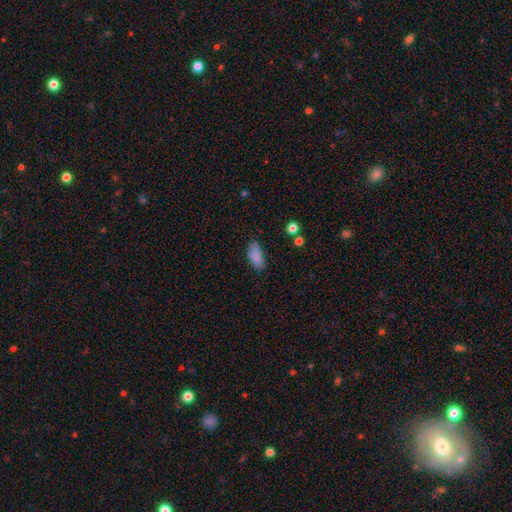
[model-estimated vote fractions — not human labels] A smooth galaxy with no disk features (84%) that is in between round and cigar-shaped (86%).

Vote fractions:
- Smooth or featured? smooth: 84% / star or artifact: 9% / featured or disk: 7%
- How rounded? in between: 86% / cigar-shaped: 11% / round: 3%
- Merging? none: 68% / minor disturbance: 24% / major disturbance: 5% / merger: 3%